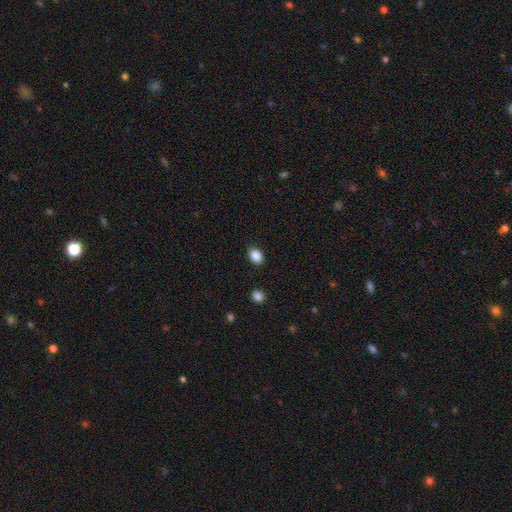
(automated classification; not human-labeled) Smooth or featured? Predicted: smooth (p=0.87). How rounded? Predicted: in between (p=0.68). Merging? Predicted: none (p=0.83).